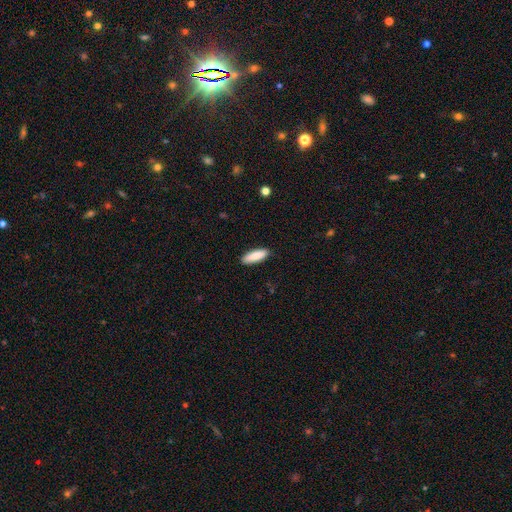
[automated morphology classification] A smooth galaxy with no disk features (88%) that is in between round and cigar-shaped (52%). Merging: none (89%).